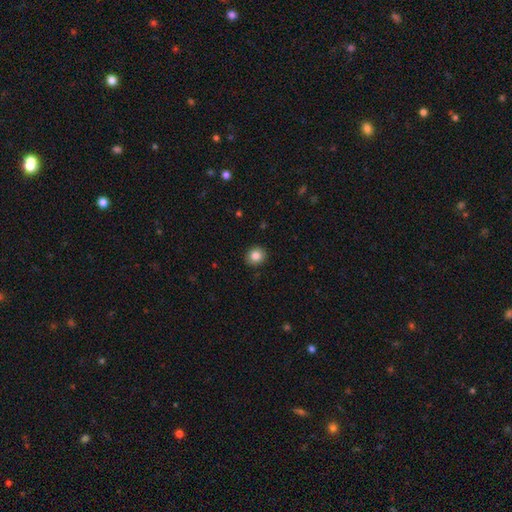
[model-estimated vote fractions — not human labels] This appears to be a smooth galaxy with no disk features (84%) that is round (85%). Merging: none (91%).